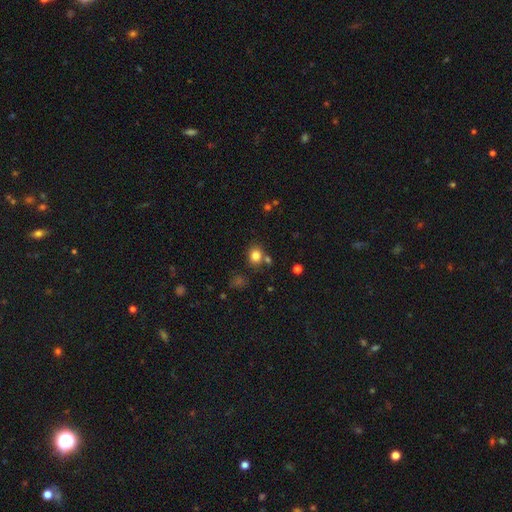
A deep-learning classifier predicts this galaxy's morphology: A smooth galaxy with no disk features (82%) that is round (65%). Merging: none (72%).